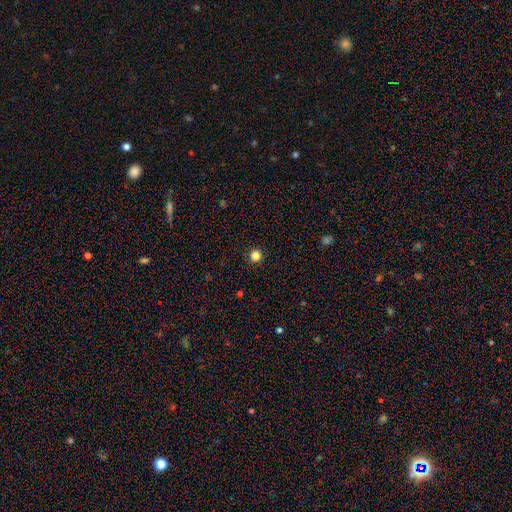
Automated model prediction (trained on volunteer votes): This appears to be a smooth galaxy with no disk features (83%) that is round (96%). Merging: none (93%).